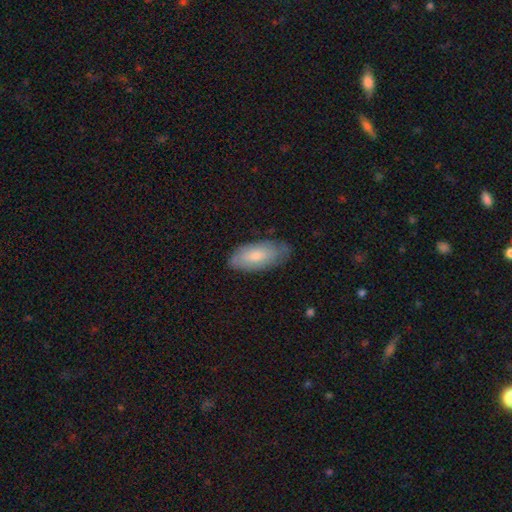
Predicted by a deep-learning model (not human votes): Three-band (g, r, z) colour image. It shows a smooth galaxy with no disk features (69%) that is in between round and cigar-shaped (89%). Merging: none (74%).